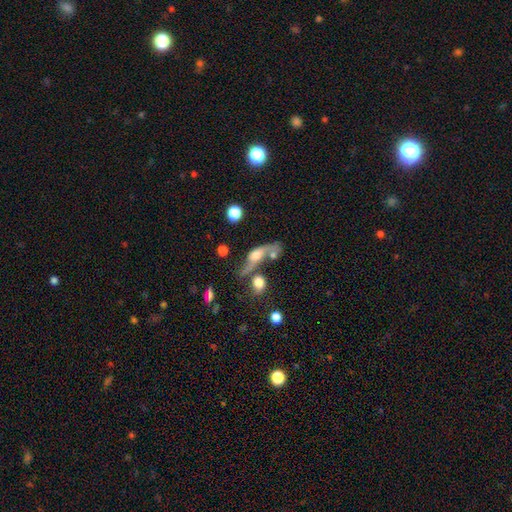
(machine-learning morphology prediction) This appears to be a featured or disk galaxy (55%). Merging: merger (38%).